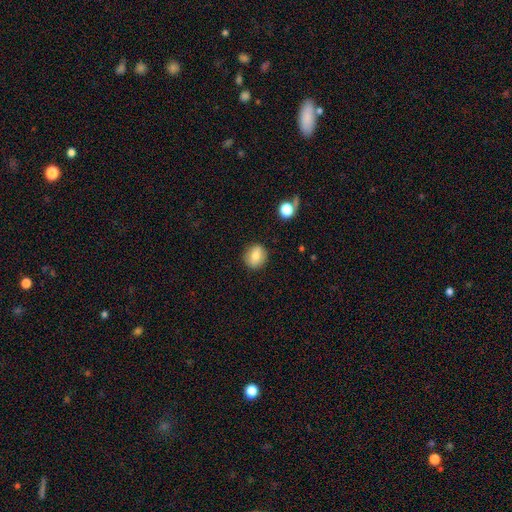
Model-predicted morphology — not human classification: Overall: smooth (78%). How rounded: round (73%). Merging: none (87%).